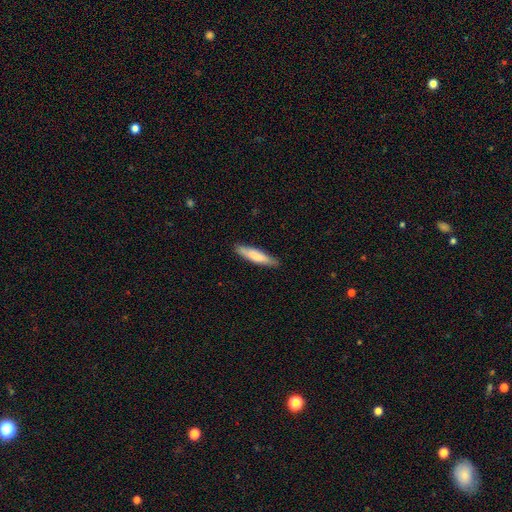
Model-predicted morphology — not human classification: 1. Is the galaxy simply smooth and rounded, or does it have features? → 76% smooth, 19% featured or disk, 5% star or artifact.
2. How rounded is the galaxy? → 81% cigar-shaped, 18% in between, 1% round.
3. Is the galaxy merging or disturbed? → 85% none, 12% minor disturbance, 2% major disturbance, 1% merger.